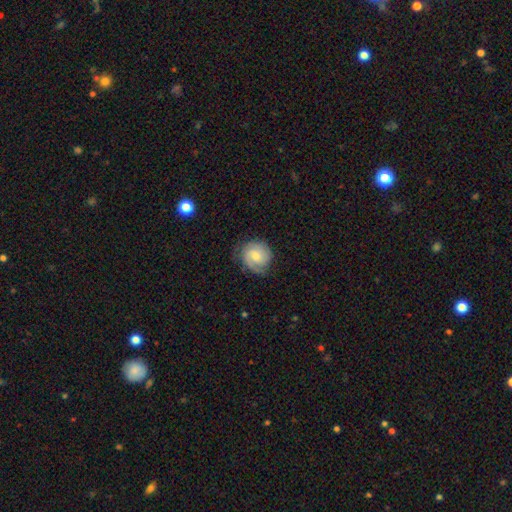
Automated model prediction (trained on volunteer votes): smooth-or-featured: featured or disk: 50% | smooth: 43% | star or artifact: 7%
  disk-edge-on: no: 97% | yes: 3%
  merging: none: 67% | minor disturbance: 24% | major disturbance: 8% | merger: 1%